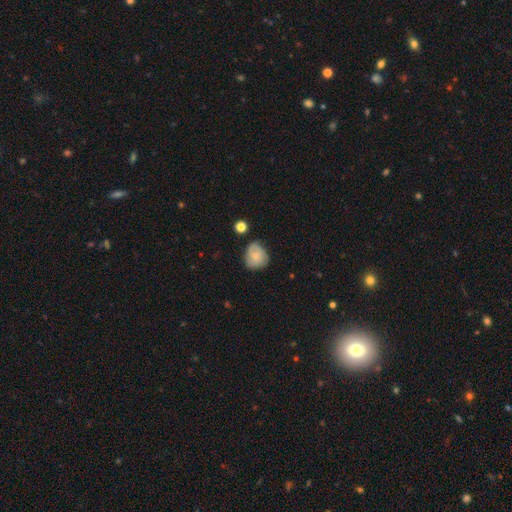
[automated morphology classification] smooth_or_featured: smooth (p=0.63) [alt: featured or disk p=0.29]
how_rounded: round (p=0.67) [alt: in between p=0.32]
merging: none (p=0.57) [alt: minor disturbance p=0.31]